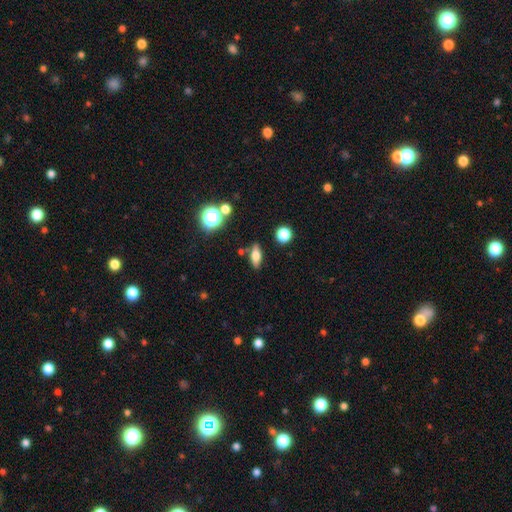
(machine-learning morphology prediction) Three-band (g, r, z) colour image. It shows a smooth galaxy with no disk features (68%) that is in between round and cigar-shaped (69%). Merging: none (83%).